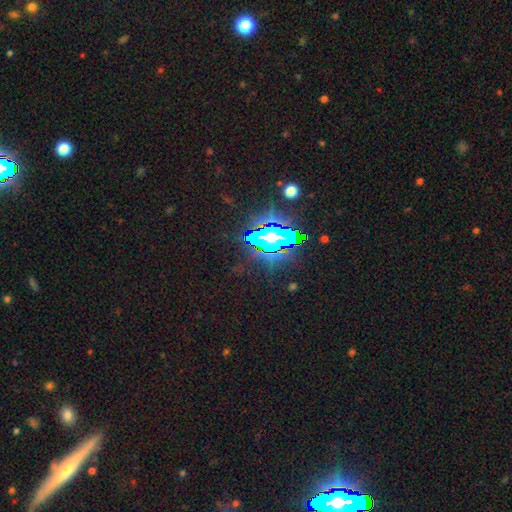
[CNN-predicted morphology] Smooth or featured? star or artifact (72%)